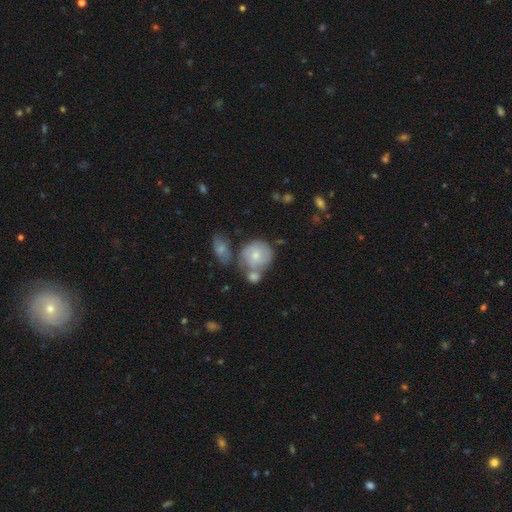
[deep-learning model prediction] A smooth galaxy with no disk features (62%) that is round (81%).

Vote fractions:
- Smooth or featured? smooth: 62% / featured or disk: 32% / star or artifact: 7%
- How rounded? round: 81% / in between: 18% / cigar-shaped: 1%
- Merging? merger: 38% (tied) / none: 38% (tied) / minor disturbance: 17% / major disturbance: 7%